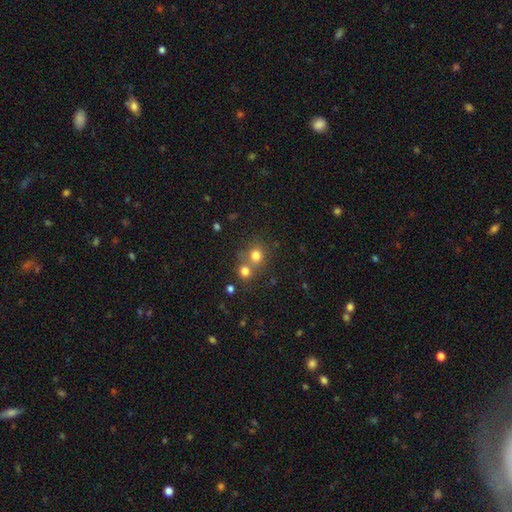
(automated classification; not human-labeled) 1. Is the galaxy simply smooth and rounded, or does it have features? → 76% smooth, 15% star or artifact, 9% featured or disk.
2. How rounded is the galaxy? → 84% round, 15% in between, 1% cigar-shaped.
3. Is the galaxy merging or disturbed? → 53% none, 37% merger, 7% minor disturbance, 3% major disturbance.